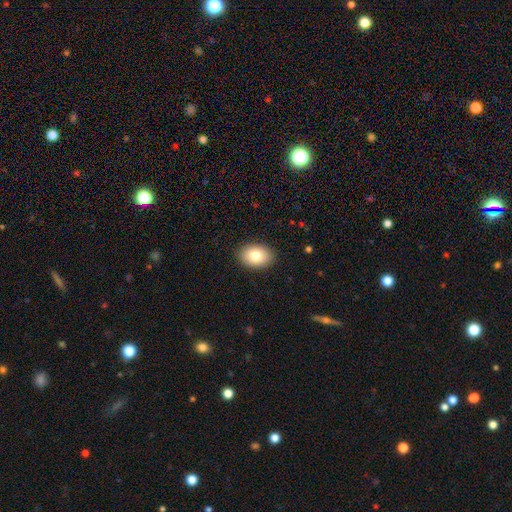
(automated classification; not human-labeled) Q: Smooth or featured?
A: smooth (81%); runner-up: featured or disk (11%)
Q: How rounded?
A: in between (82%); runner-up: round (17%)
Q: Merging?
A: none (89%); runner-up: minor disturbance (8%)